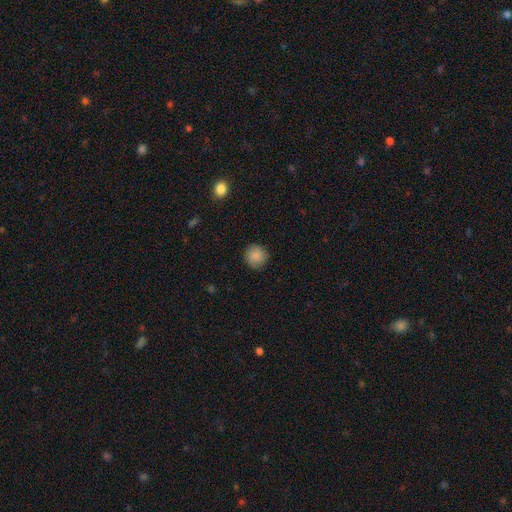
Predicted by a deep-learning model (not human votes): smooth 87%, star or artifact 9%, featured or disk 4%. Down the decision tree: how rounded — round (93%); merging — none (86%).